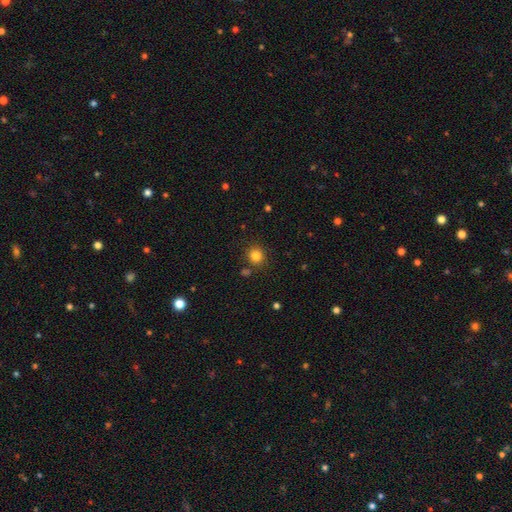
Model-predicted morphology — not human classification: smooth 83%, star or artifact 12%, featured or disk 5%. Down the decision tree: how rounded — round (89%); merging — none (84%).